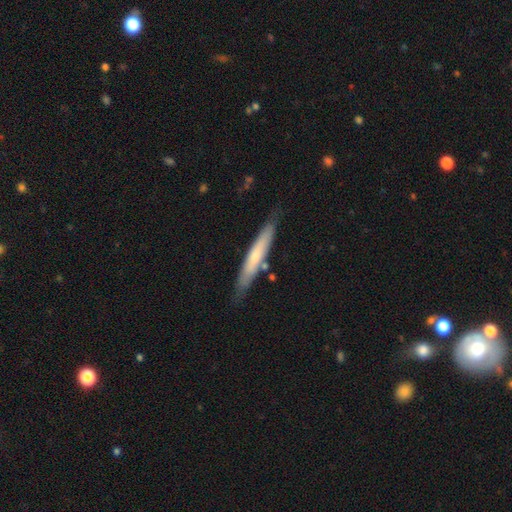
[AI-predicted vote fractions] smooth_or_featured: smooth (p=0.56) [alt: featured or disk p=0.38]
how_rounded: cigar-shaped (p=0.92) [alt: in between p=0.07]
merging: none (p=0.79) [alt: minor disturbance p=0.14]